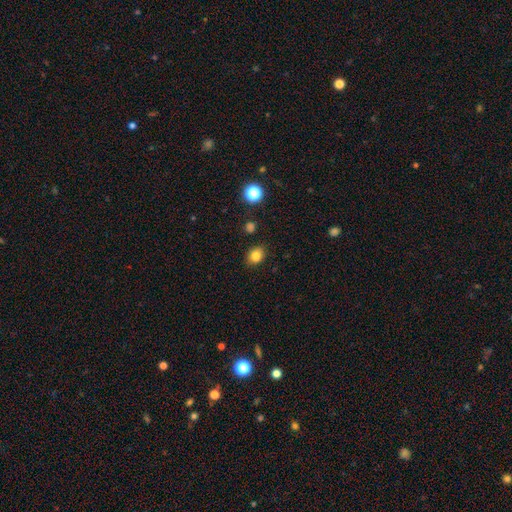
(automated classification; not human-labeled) smooth 83%, star or artifact 12%, featured or disk 5%. Down the decision tree: how rounded — round (50%); merging — none (86%).